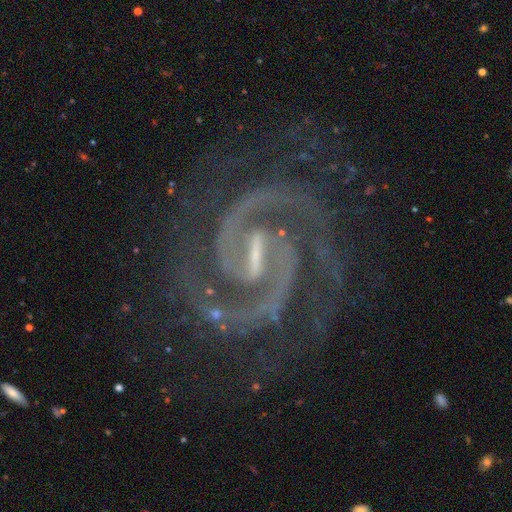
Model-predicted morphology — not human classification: Smooth or featured? Predicted: featured or disk (p=0.90). Edge-on disk? Predicted: no (p=0.98). Bar? Predicted: strong (p=0.56). Spiral arms? Predicted: yes (p=0.99). Spiral winding? Predicted: medium (p=0.53). Spiral arm count? Predicted: 2 (p=0.89). Bulge size? Predicted: small (p=0.54). Merging? Predicted: none (p=0.76).